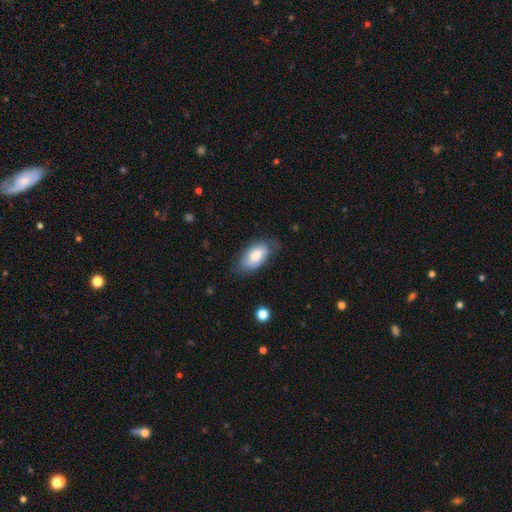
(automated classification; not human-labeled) Smooth or featured?
  - smooth: 81% *
  - featured or disk: 13%
  - star or artifact: 6%
How rounded?
  - in between: 93% *
  - cigar-shaped: 4%
  - round: 3%
Merging?
  - none: 67% *
  - minor disturbance: 25%
  - major disturbance: 6%
  - merger: 1%